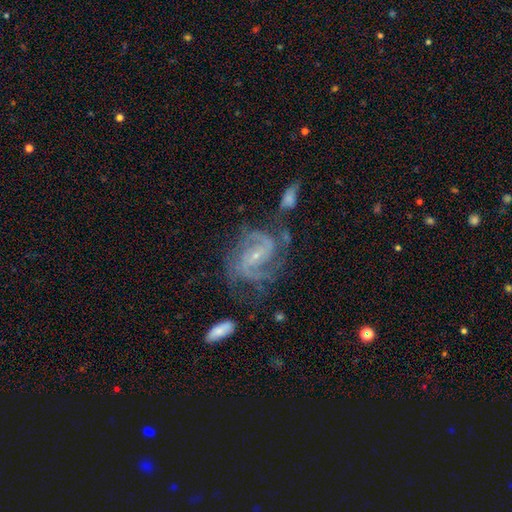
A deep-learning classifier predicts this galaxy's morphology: smooth-or-featured: featured or disk: 89% | star or artifact: 6% | smooth: 5%
  disk-edge-on: no: 97% | yes: 3%
    bar: weak: 43% | no: 35% | strong: 21%
    has-spiral-arms: yes: 97% | no: 3%
      spiral-winding: medium: 49% | tight: 37% | loose: 14%
      spiral-arm-count: 2: 59% | 3: 17% | can't tell: 12% | 4: 5% | 1: 4% | more than 4: 3%
    bulge-size: small: 78% | moderate: 18% | none: 3% | large: 1% | dominant: 1%
  merging: none: 53% | minor disturbance: 21% | major disturbance: 16% | merger: 10%